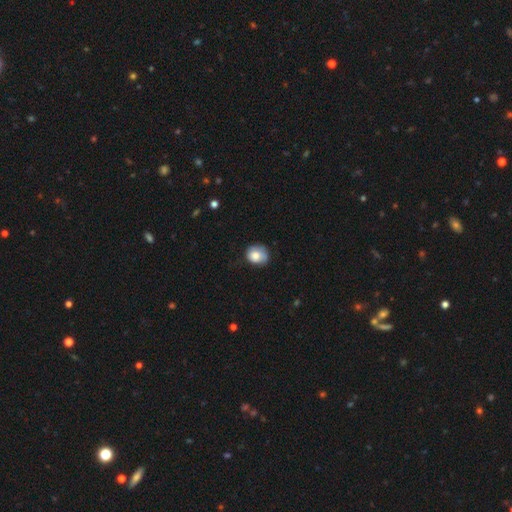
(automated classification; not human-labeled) Smooth or featured? Predicted: smooth (p=0.78). How rounded? Predicted: round (p=0.66). Merging? Predicted: none (p=0.55).